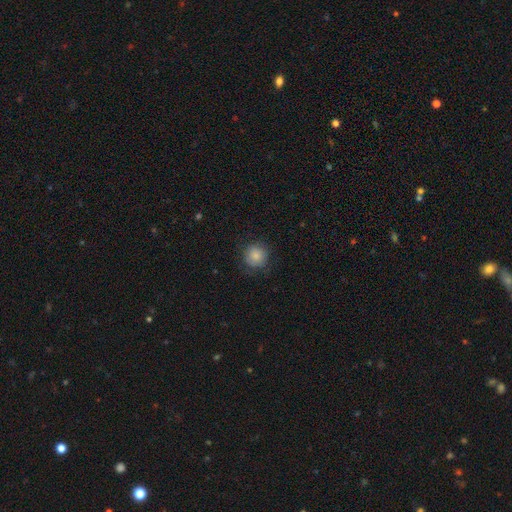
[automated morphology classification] A smooth galaxy with no disk features (83%) that is round (92%). Merging: none (79%).